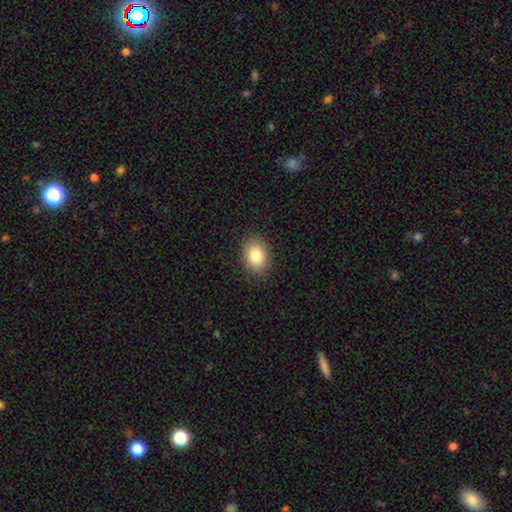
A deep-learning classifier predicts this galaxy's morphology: This appears to be a smooth galaxy with no disk features (82%) that is in between round and cigar-shaped (68%). Merging: none (89%).